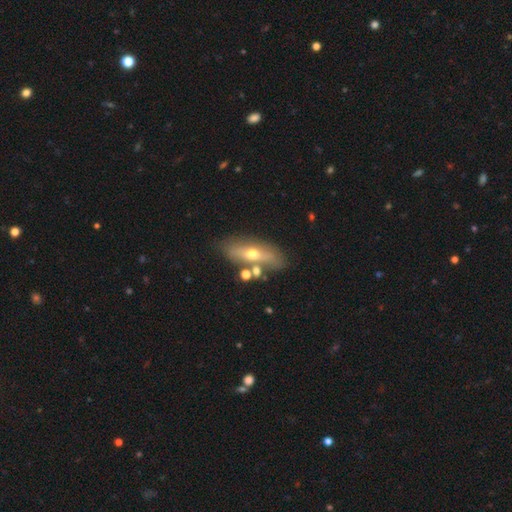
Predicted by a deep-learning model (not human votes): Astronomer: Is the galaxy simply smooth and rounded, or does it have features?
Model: featured or disk — 52% (runner-up: smooth, 39%).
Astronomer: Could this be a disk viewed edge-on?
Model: yes — 55% (runner-up: no, 45%).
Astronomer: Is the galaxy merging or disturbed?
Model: none — 71%.